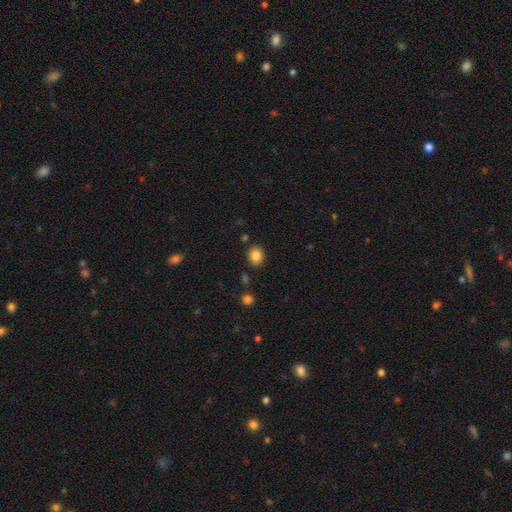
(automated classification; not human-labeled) Overall: smooth (84%). How rounded: round (64%; in between 35%). Merging: none (85%).